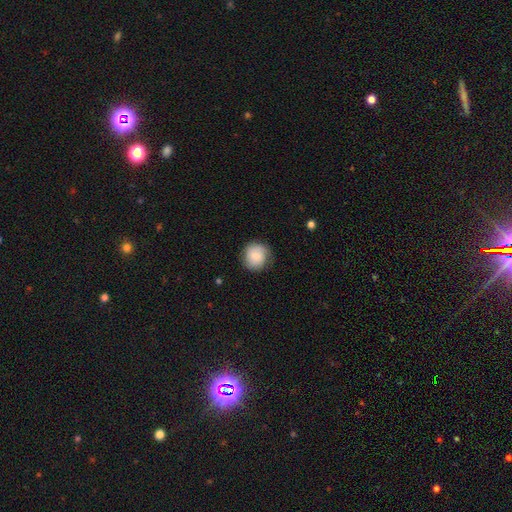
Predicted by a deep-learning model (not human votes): A smooth galaxy with no disk features (78%) that is round (89%).

Vote fractions:
- Smooth or featured? smooth: 78% / featured or disk: 16% / star or artifact: 7%
- How rounded? round: 89% / in between: 10% / cigar-shaped: 1%
- Merging? none: 74% / minor disturbance: 19% / major disturbance: 5% / merger: 1%